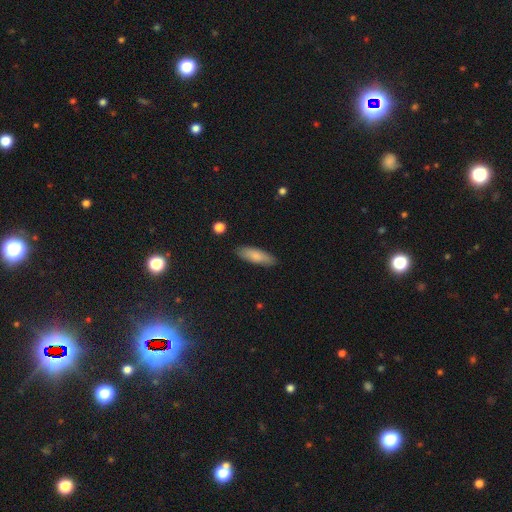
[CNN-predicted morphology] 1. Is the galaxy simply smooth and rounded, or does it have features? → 81% smooth, 13% featured or disk, 6% star or artifact.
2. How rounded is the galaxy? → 54% in between, 44% cigar-shaped, 2% round.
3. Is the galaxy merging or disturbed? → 85% none, 11% minor disturbance, 2% major disturbance, 1% merger.